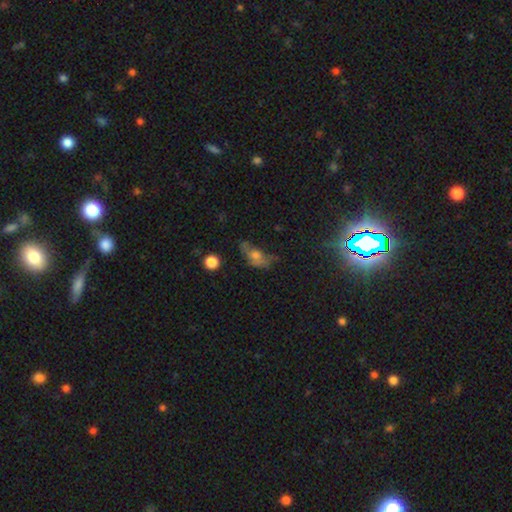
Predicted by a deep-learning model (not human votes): Q: Smooth or featured?
A: smooth (53%); runner-up: featured or disk (32%)
Q: How rounded?
A: in between (79%); runner-up: round (11%)
Q: Merging?
A: major disturbance (32%); runner-up: none (31%)